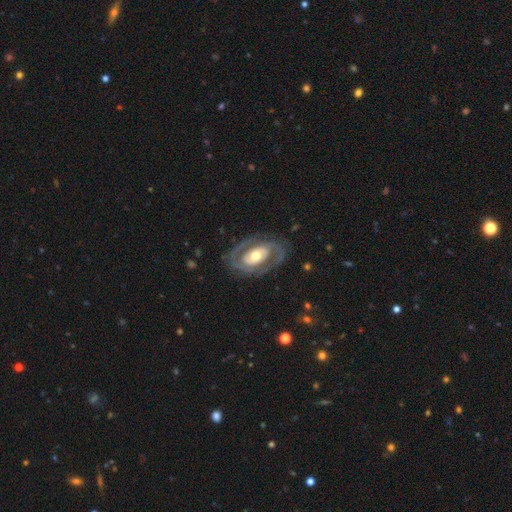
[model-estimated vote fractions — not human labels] The model was most divided on "spiral winding": tight: 46%, medium: 42%, loose: 12%. More confident: edge-on disk — no (96%); spiral arms — yes (88%); smooth or featured — featured or disk (86%); spiral arm count — 2 (86%); merging — none (80%); bulge size — moderate (69%); bar — no (54%).